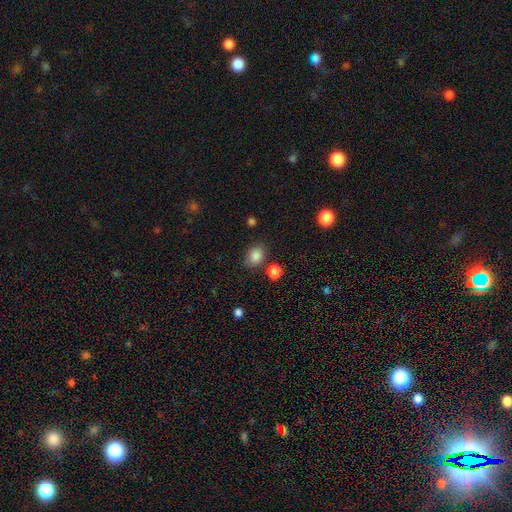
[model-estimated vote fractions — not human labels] smooth-or-featured: smooth: 85% | star or artifact: 10% | featured or disk: 5%
  how-rounded: in between: 59% | round: 40% | cigar-shaped: 1%
  merging: none: 74% | minor disturbance: 15% | merger: 7% | major disturbance: 5%